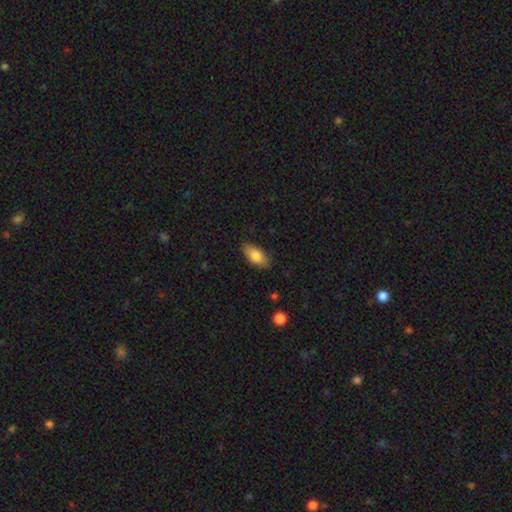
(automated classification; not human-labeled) smooth-or-featured: smooth: 78% | featured or disk: 15% | star or artifact: 6%
  how-rounded: in between: 86% | cigar-shaped: 11% | round: 3%
  merging: none: 82% | minor disturbance: 14% | major disturbance: 2% | merger: 1%